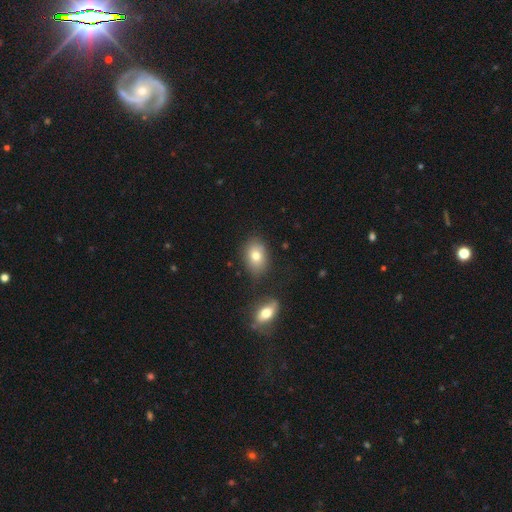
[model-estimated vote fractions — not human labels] Smooth or featured? smooth (78%)
How rounded? in between (78%)
Merging? none (75%)